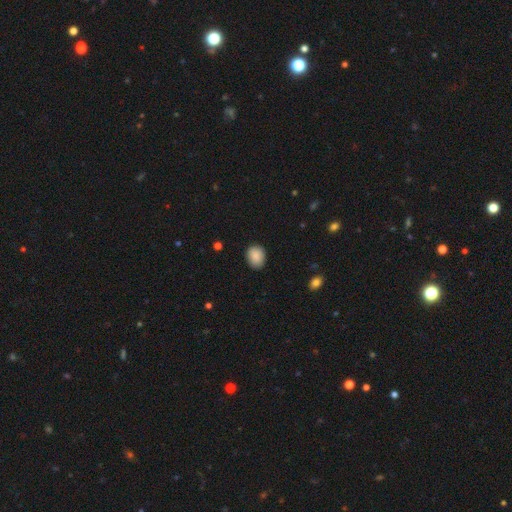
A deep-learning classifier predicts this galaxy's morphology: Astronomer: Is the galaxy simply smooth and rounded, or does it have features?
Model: smooth — 89%.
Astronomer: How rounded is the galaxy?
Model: in between — 51% (runner-up: round, 48%).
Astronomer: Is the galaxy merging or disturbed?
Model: none — 85%.